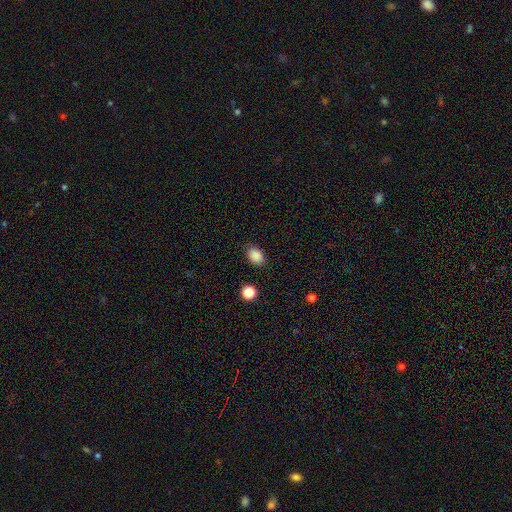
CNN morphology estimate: Smooth or featured?
  - smooth: 88% *
  - star or artifact: 9%
  - featured or disk: 3%
How rounded?
  - in between: 76% *
  - round: 23%
  - cigar-shaped: 1%
Merging?
  - none: 85% *
  - minor disturbance: 10%
  - major disturbance: 3%
  - merger: 2%